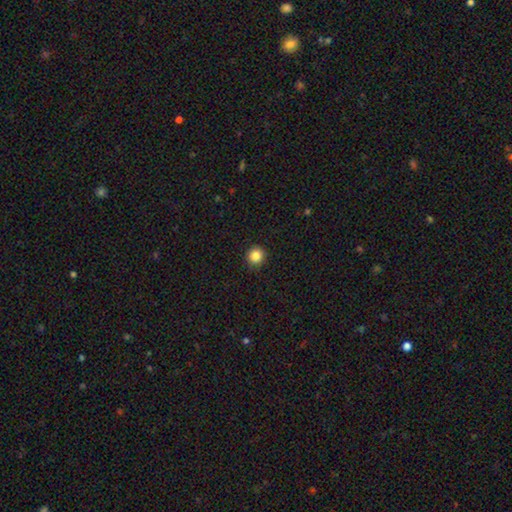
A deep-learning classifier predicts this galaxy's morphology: Smooth or featured: smooth — 85% (star or artifact — 10%)
How rounded: round — 93% (in between — 6%)
Merging: none — 92% (minor disturbance — 5%)